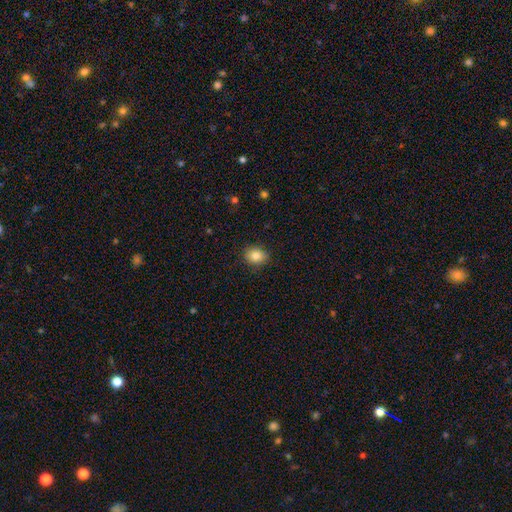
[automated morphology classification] Smooth or featured?
  - smooth: 84% *
  - star or artifact: 10%
  - featured or disk: 7%
How rounded?
  - round: 51% *
  - in between: 48%
  - cigar-shaped: 1%
Merging?
  - none: 88% *
  - minor disturbance: 8%
  - major disturbance: 2%
  - merger: 1%